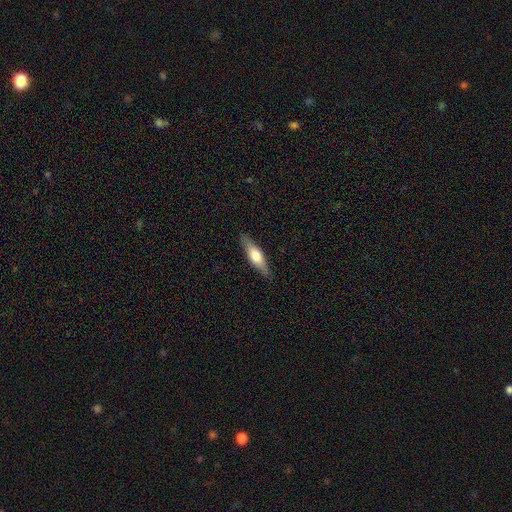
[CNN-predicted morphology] Overall: smooth (50%; featured or disk 45%). Merging: none (87%).